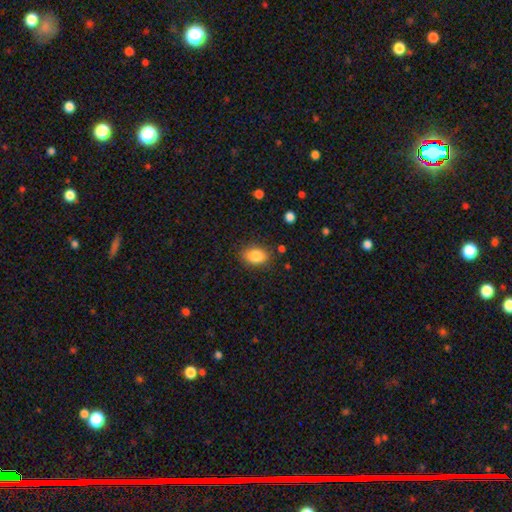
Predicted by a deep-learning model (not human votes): Q: Smooth or featured?
A: smooth (85%); runner-up: star or artifact (8%)
Q: How rounded?
A: in between (80%); runner-up: round (19%)
Q: Merging?
A: none (82%); runner-up: minor disturbance (13%)